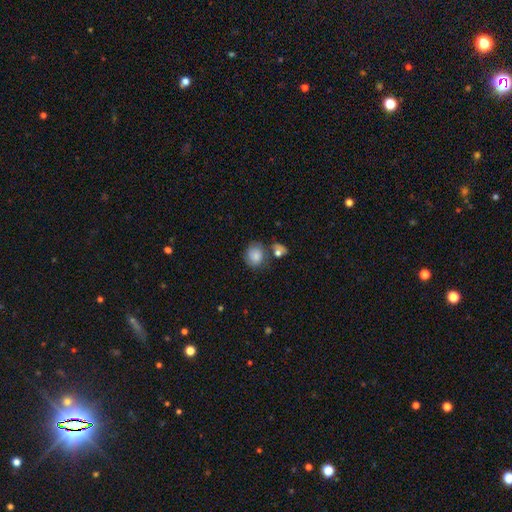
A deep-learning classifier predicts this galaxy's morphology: Q: Smooth or featured?
A: smooth (77%); runner-up: featured or disk (14%)
Q: How rounded?
A: round (74%); runner-up: in between (25%)
Q: Merging?
A: none (56%); runner-up: minor disturbance (19%)